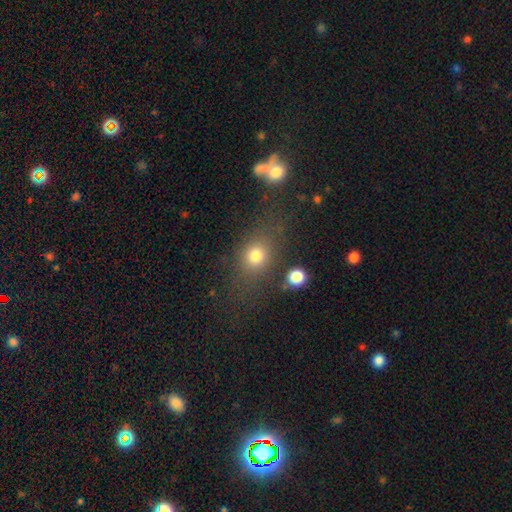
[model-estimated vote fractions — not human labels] Smooth or featured: smooth — 74% (star or artifact — 15%)
How rounded: round — 51% (in between — 47%)
Merging: none — 69% (minor disturbance — 14%)